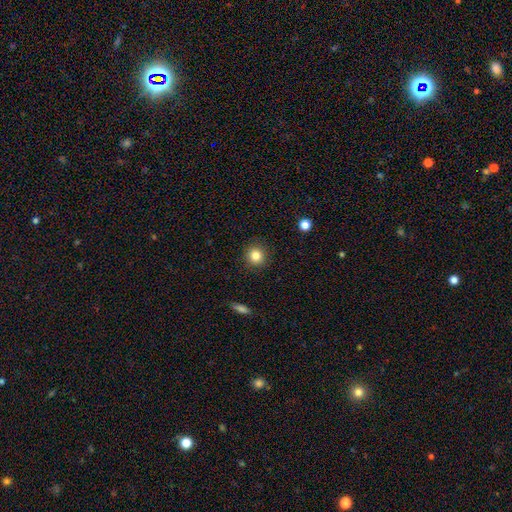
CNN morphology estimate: smooth 83%, star or artifact 11%, featured or disk 6%. Down the decision tree: how rounded — round (91%); merging — none (91%).